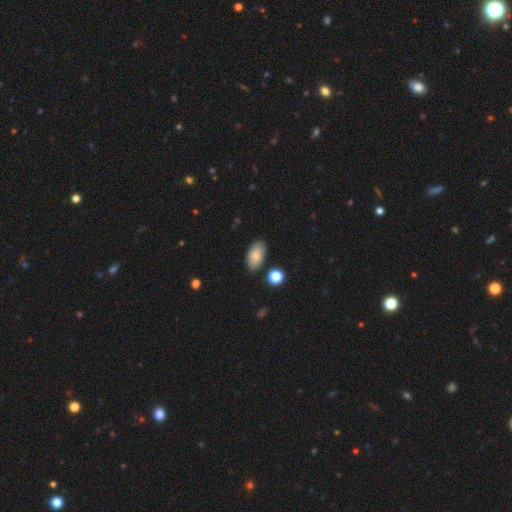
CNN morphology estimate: Smooth or featured?
  - smooth: 83% *
  - featured or disk: 10%
  - star or artifact: 7%
How rounded?
  - in between: 94% *
  - round: 4%
  - cigar-shaped: 3%
Merging?
  - none: 83% *
  - minor disturbance: 12%
  - merger: 3%
  - major disturbance: 2%